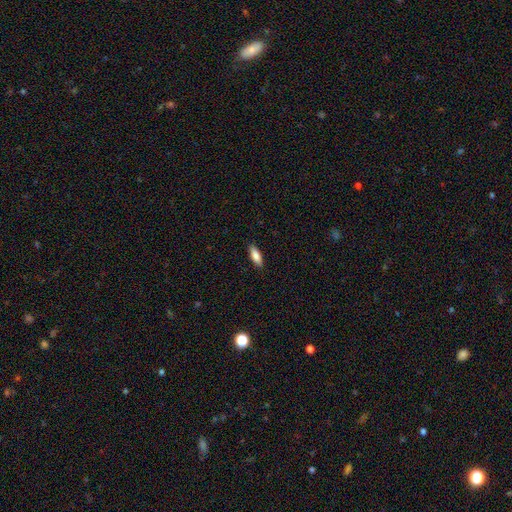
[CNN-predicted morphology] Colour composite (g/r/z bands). It shows a smooth galaxy with no disk features (82%) that is in between round and cigar-shaped (62%). Merging: none (89%).